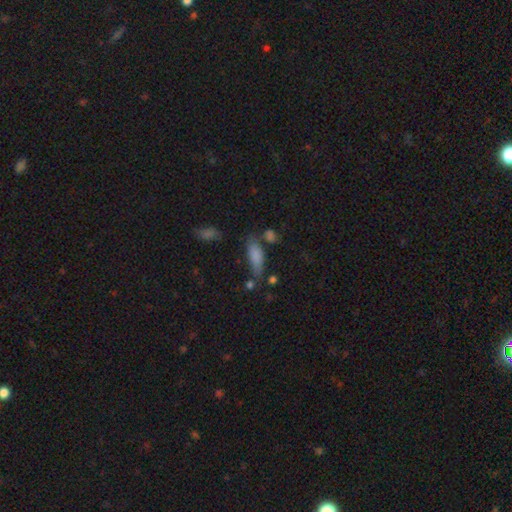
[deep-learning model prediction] A smooth galaxy with no disk features (80%) that is in between round and cigar-shaped (66%). Merging: none (53%).